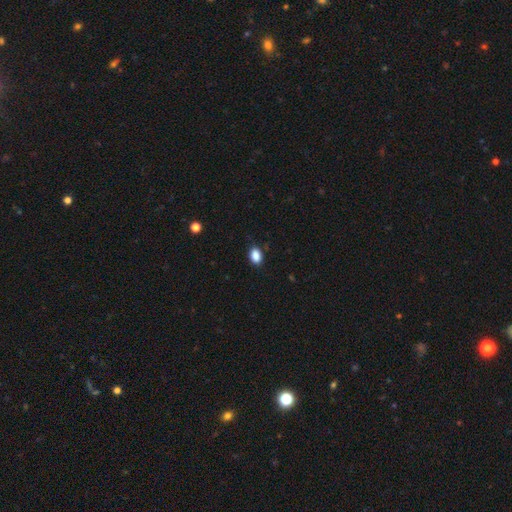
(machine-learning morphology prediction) Smooth or featured? Predicted: smooth (p=0.88). How rounded? Predicted: in between (p=0.82). Merging? Predicted: none (p=0.84).